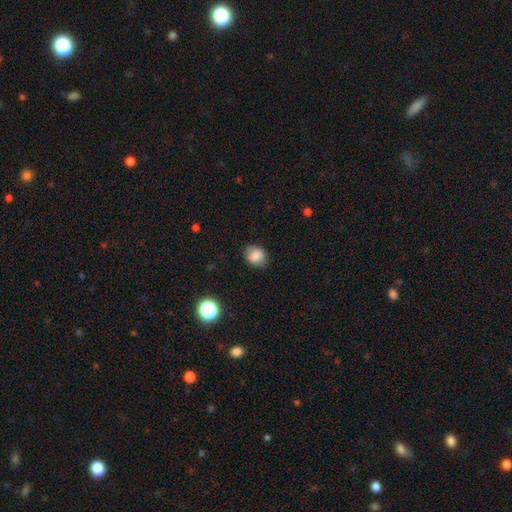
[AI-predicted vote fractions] Smooth or featured? smooth (83%)
How rounded? round (59%)
Merging? none (81%)